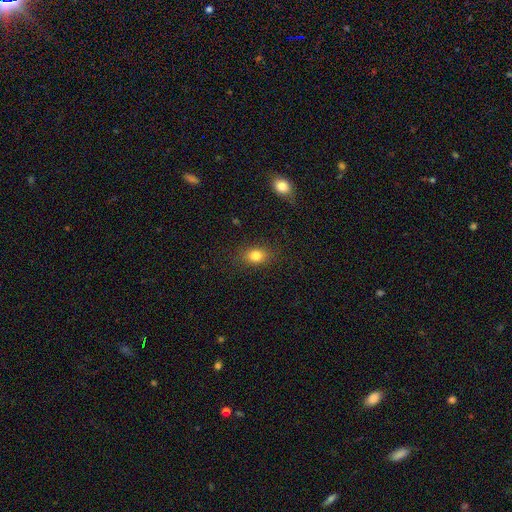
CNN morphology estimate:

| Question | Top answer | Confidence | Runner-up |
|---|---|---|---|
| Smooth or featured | smooth | 81% | star or artifact (11%) |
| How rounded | in between | 67% | round (31%) |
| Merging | none | 85% | minor disturbance (10%) |